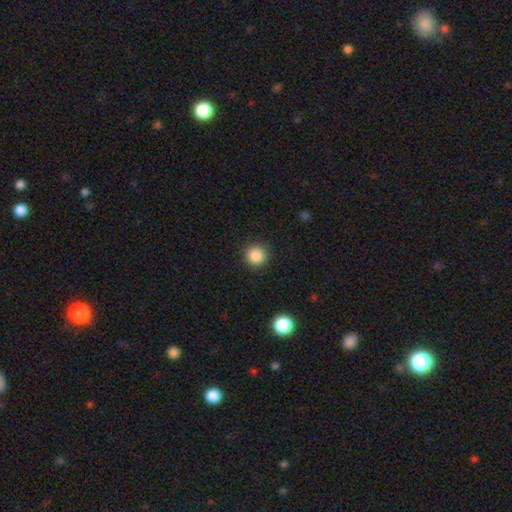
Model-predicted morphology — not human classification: A smooth galaxy with no disk features (86%) that is round (94%).

Vote fractions:
- Smooth or featured? smooth: 86% / star or artifact: 10% / featured or disk: 4%
- How rounded? round: 94% / in between: 5% / cigar-shaped: 1%
- Merging? none: 90% / minor disturbance: 6% / major disturbance: 2% / merger: 1%